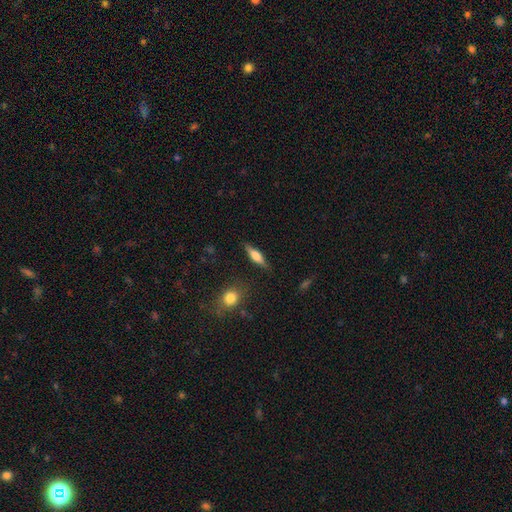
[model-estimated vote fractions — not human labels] smooth-or-featured: smooth: 51% | featured or disk: 42% | star or artifact: 7%
  how-rounded: cigar-shaped: 60% | in between: 36% | round: 3%
  merging: none: 83% | minor disturbance: 11% | major disturbance: 3% | merger: 2%